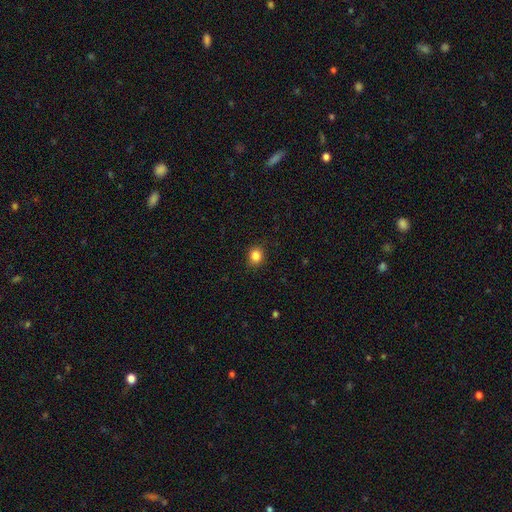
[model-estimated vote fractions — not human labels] The model was most divided on "how rounded": round: 72%, in between: 27%, cigar-shaped: 1%. More confident: merging — none (88%); smooth or featured — smooth (85%).